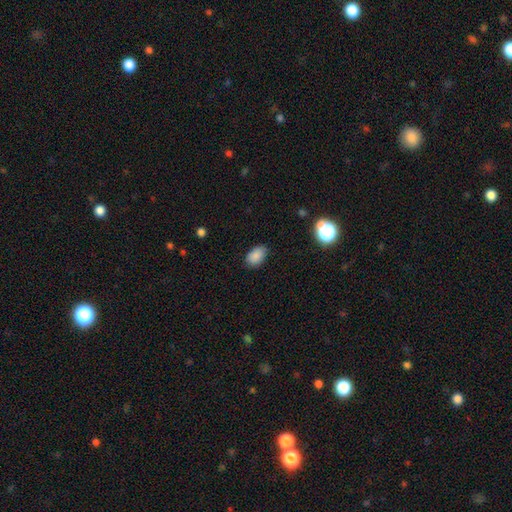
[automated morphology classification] type=smooth (86%); roundness=in between (89%); merging=none (82%).